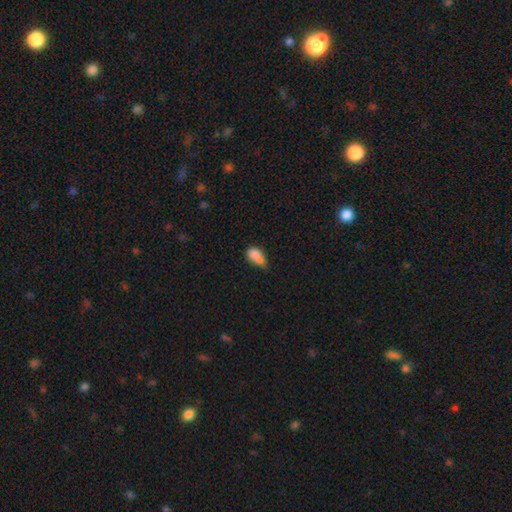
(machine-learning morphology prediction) Smooth or featured? smooth (80%)
How rounded? in between (85%)
Merging? minor disturbance (38%)